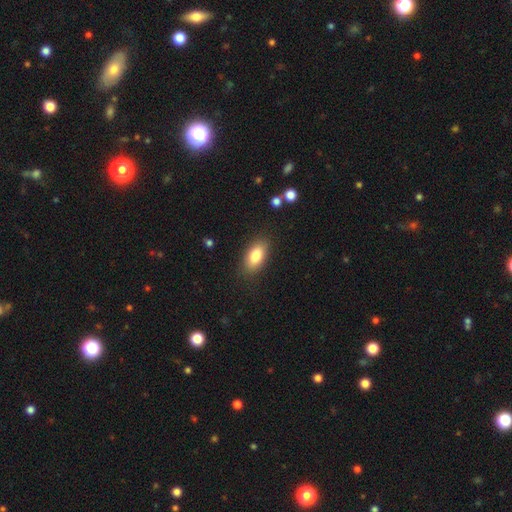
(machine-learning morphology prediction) A smooth galaxy with no disk features (83%) that is in between round and cigar-shaped (90%). Merging: none (85%).